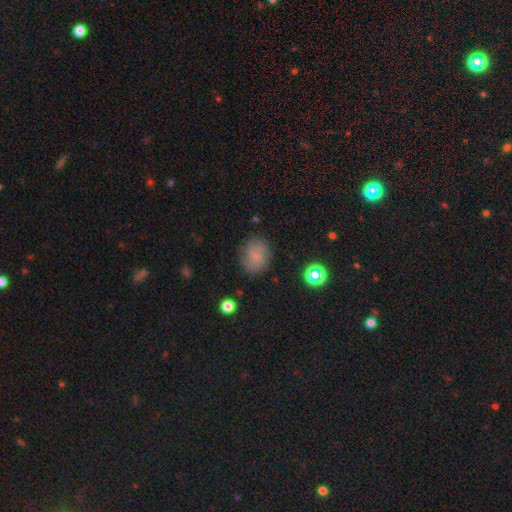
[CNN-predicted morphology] This appears to be a smooth galaxy with no disk features (48%). Merging: none (77%).